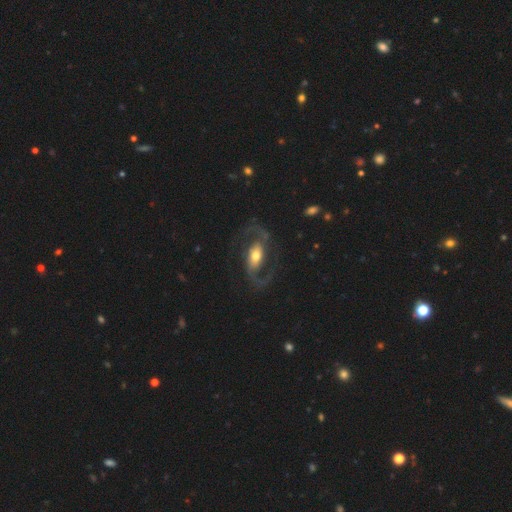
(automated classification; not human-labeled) Smooth or featured?
  - featured or disk: 86% *
  - smooth: 9%
  - star or artifact: 5%
Edge-on disk?
  - no: 96% *
  - yes: 4%
Bar?
  - weak: 35% *
  - strong: 34%
  - no: 31%
Spiral arms?
  - yes: 95% *
  - no: 5%
Spiral winding?
  - medium: 49% *
  - loose: 41%
  - tight: 11%
Spiral arm count?
  - 2: 93% *
  - can't tell: 2%
  - 1: 2%
  - 3: 1%
  - 4: 1%
  - more than 4: 1%
Bulge size?
  - moderate: 64% *
  - small: 17%
  - large: 16%
  - dominant: 2%
  - none: 1%
Merging?
  - none: 75% *
  - minor disturbance: 12%
  - major disturbance: 12%
  - merger: 2%